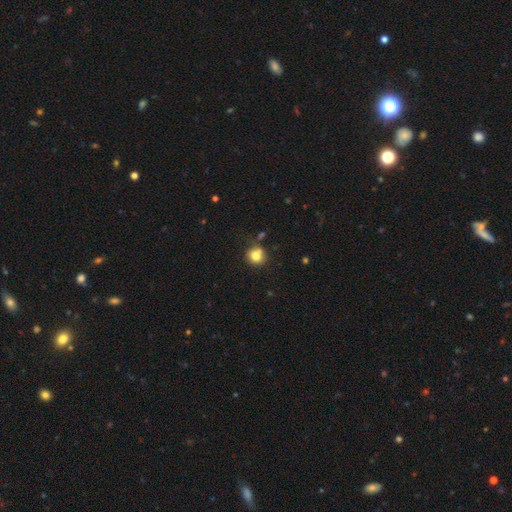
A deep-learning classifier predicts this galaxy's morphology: The model was most divided on "merging": none: 74%, minor disturbance: 13%, merger: 9%, major disturbance: 4%. More confident: how rounded — round (90%); smooth or featured — smooth (80%).